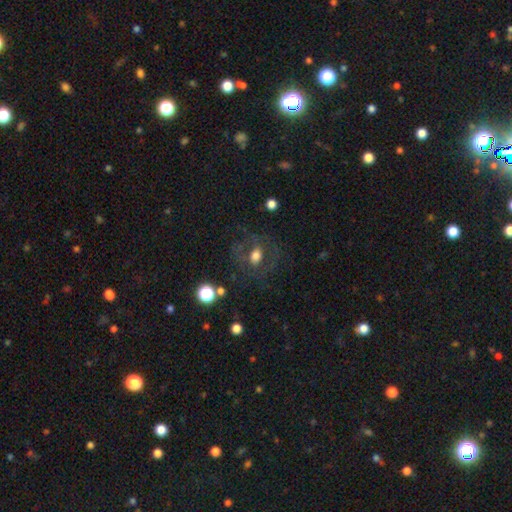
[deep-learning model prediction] Smooth or featured? Predicted: smooth (p=0.52). How rounded? Predicted: round (p=0.60). Merging? Predicted: none (p=0.70).